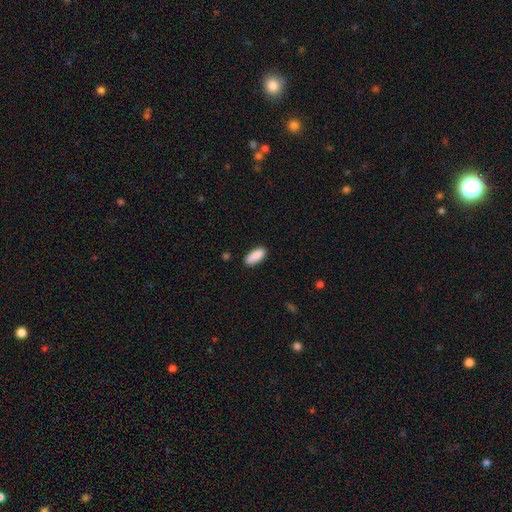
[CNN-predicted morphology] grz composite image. It shows a smooth galaxy with no disk features (90%) that is in between round and cigar-shaped (80%). Merging: none (86%).